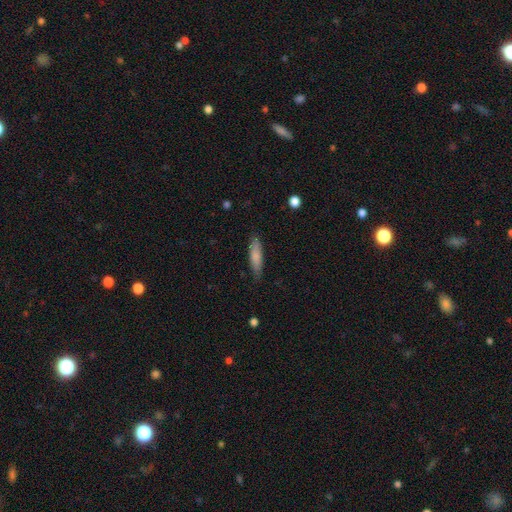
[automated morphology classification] Q: Smooth or featured?
A: smooth (79%); runner-up: featured or disk (15%)
Q: How rounded?
A: cigar-shaped (69%); runner-up: in between (29%)
Q: Merging?
A: none (81%); runner-up: minor disturbance (15%)